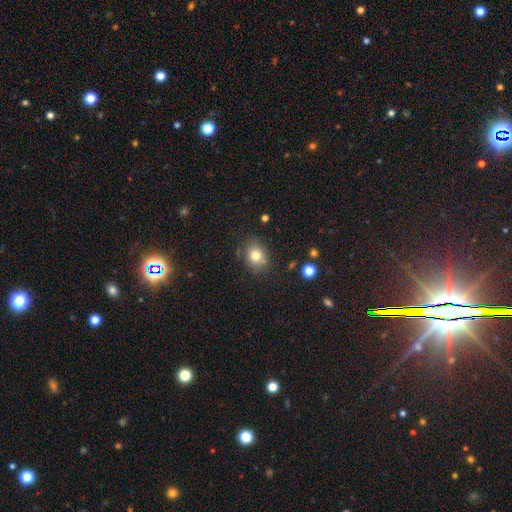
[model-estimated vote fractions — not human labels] The model was most divided on "how rounded": round: 58%, in between: 41%, cigar-shaped: 1%. More confident: smooth or featured — smooth (79%); merging — none (77%).